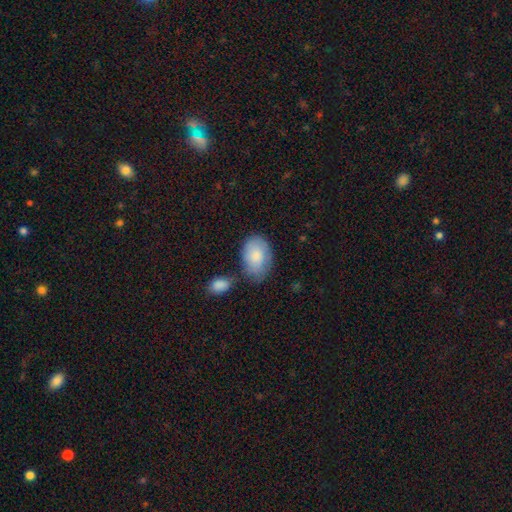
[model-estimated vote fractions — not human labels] The model was most divided on "merging": none: 51%, minor disturbance: 27%, merger: 13%, major disturbance: 9%. More confident: how rounded — in between (87%); smooth or featured — smooth (79%).